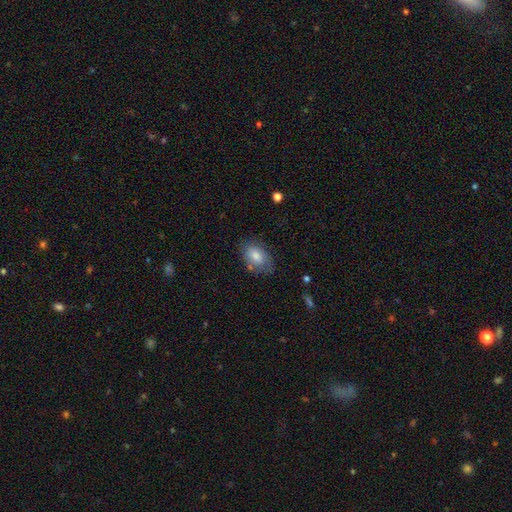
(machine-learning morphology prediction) A smooth galaxy with no disk features (71%) that is in between round and cigar-shaped (89%).

Vote fractions:
- Smooth or featured? smooth: 71% / featured or disk: 20% / star or artifact: 9%
- How rounded? in between: 89% / round: 9% / cigar-shaped: 2%
- Merging? none: 69% / minor disturbance: 22% / major disturbance: 6% / merger: 3%